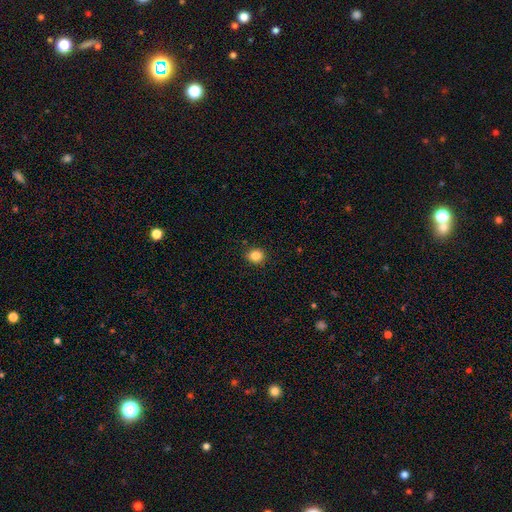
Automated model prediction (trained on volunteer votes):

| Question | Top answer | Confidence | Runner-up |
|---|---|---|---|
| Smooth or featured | smooth | 85% | star or artifact (10%) |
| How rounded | round | 81% | in between (18%) |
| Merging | none | 91% | minor disturbance (6%) |